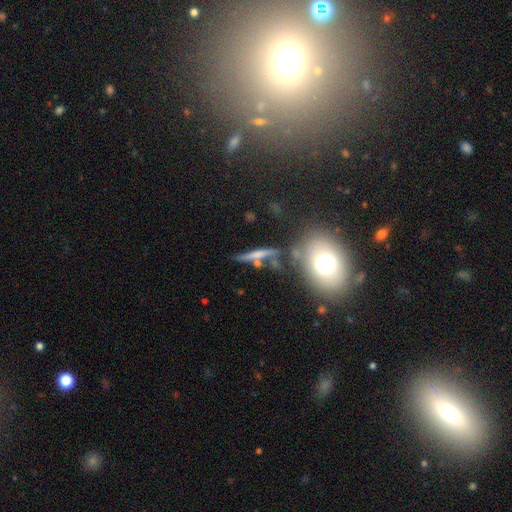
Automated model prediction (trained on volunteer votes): A featured or disk galaxy (44%). Merging: none (61%).